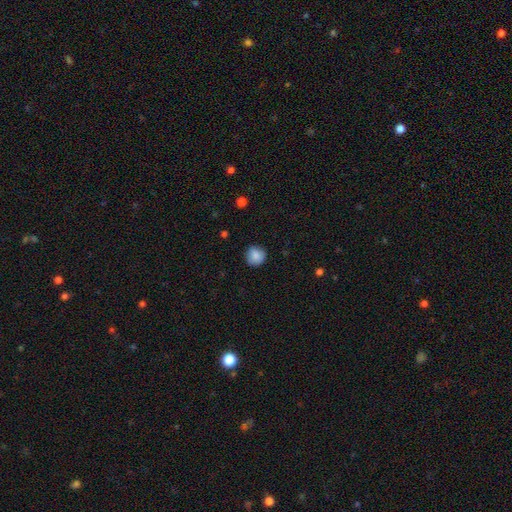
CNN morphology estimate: smooth_or_featured: smooth (p=0.87) [alt: star or artifact p=0.08]
how_rounded: round (p=0.92) [alt: in between p=0.07]
merging: none (p=0.88) [alt: minor disturbance p=0.09]